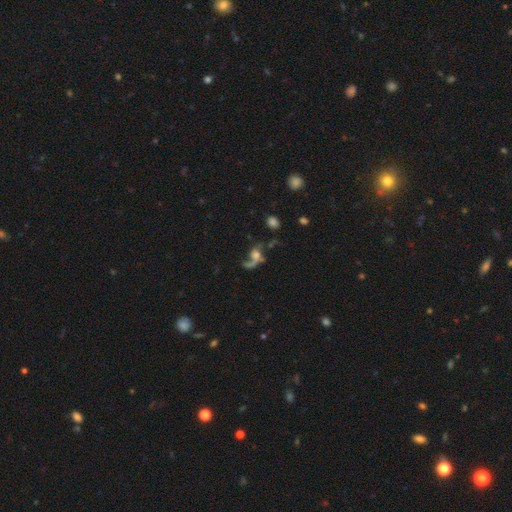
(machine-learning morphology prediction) This is possibly a featured or disk galaxy (59%). It is clearly not viewed edge-on (95%). Bar: likely no (74%). Spiral arm pattern: likely yes (77%). Central bulge: marginally moderate (37%). Merging: marginally none (36%).